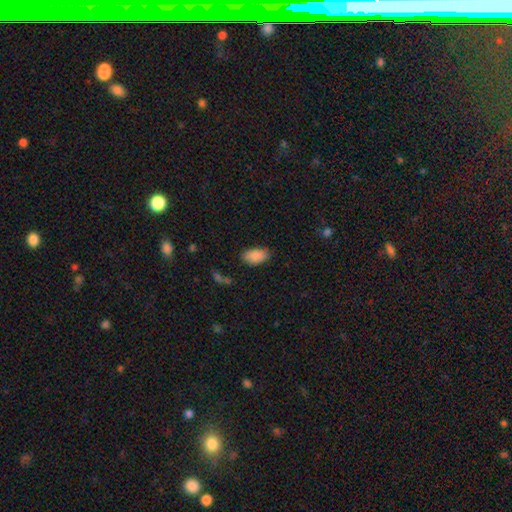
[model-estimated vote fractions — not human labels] Overall: smooth (88%). How rounded: in between (94%). Merging: none (79%).